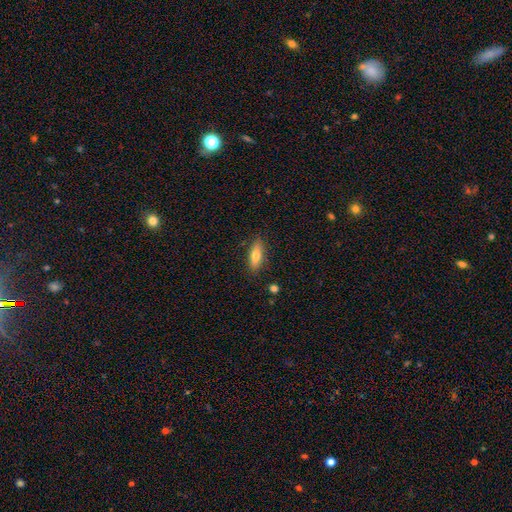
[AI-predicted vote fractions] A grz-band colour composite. It shows a smooth galaxy with no disk features (74%) that is in between round and cigar-shaped (60%). Merging: none (84%).